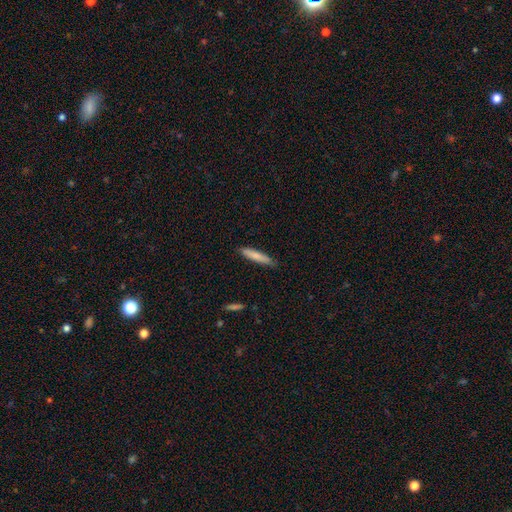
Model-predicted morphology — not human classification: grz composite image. It shows a smooth galaxy with no disk features (79%) that is cigar-shaped (89%). Merging: none (86%).